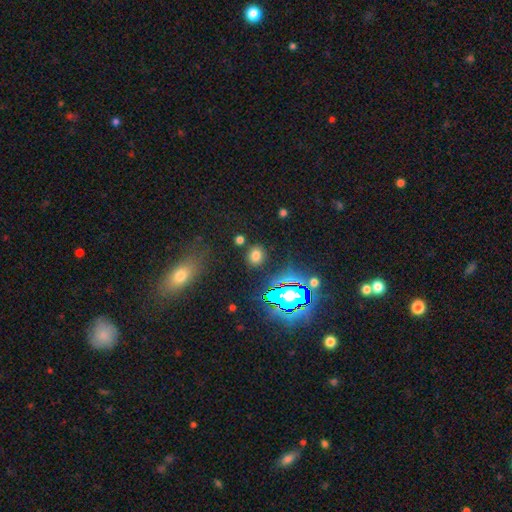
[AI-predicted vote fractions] Overall: smooth (69%). How rounded: round (65%; in between 34%). Merging: none (85%).